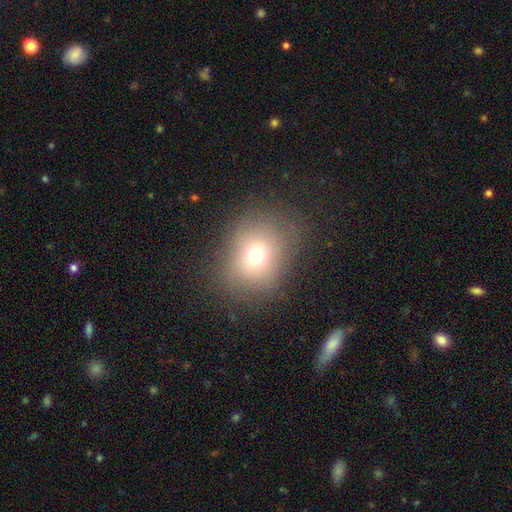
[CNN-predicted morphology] Smooth or featured: smooth — 70% (star or artifact — 16%)
How rounded: round — 62% (in between — 37%)
Merging: none — 79% (minor disturbance — 13%)